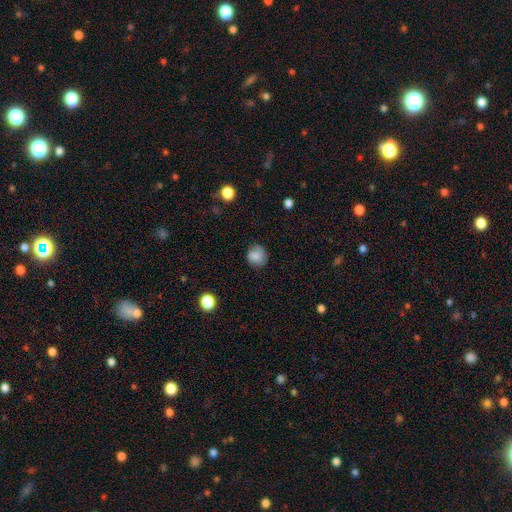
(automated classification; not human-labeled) Smooth or featured? smooth (83%)
How rounded? round (86%)
Merging? none (75%)